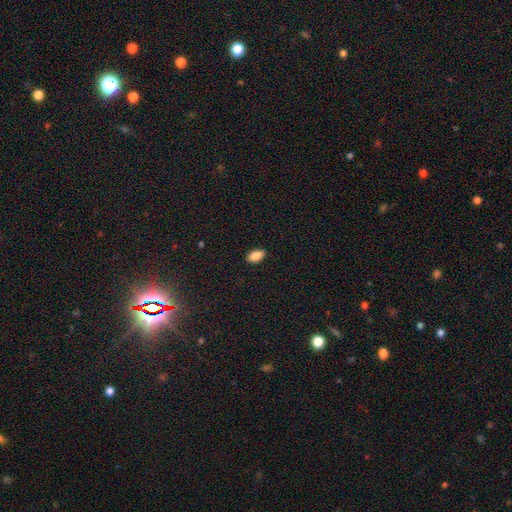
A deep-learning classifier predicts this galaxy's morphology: Q: Smooth or featured?
A: smooth (87%); runner-up: star or artifact (8%)
Q: How rounded?
A: in between (92%); runner-up: round (4%)
Q: Merging?
A: none (88%); runner-up: minor disturbance (9%)